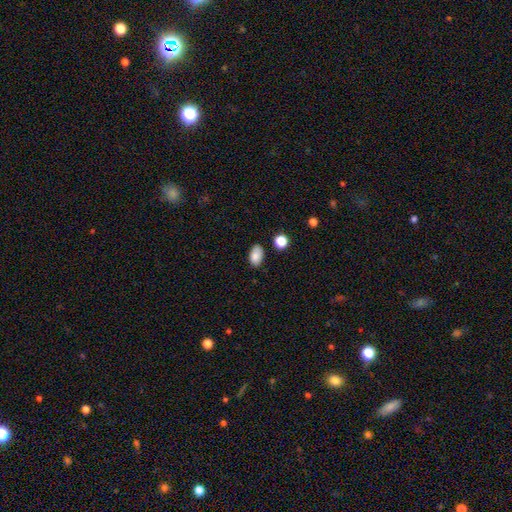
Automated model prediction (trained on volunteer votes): A smooth galaxy with no disk features (86%) that is in between round and cigar-shaped (92%). Merging: none (80%).